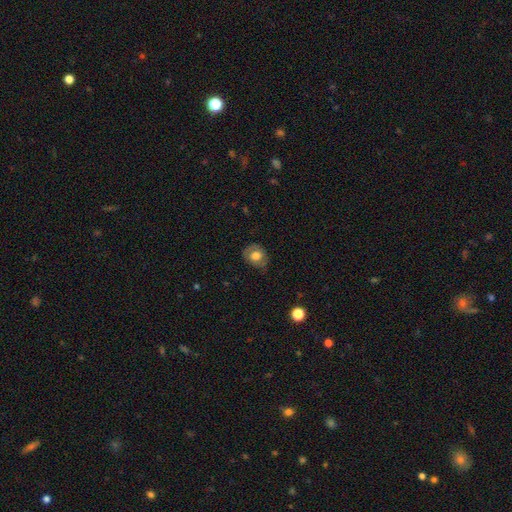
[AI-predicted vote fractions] The model was most divided on "how rounded": round: 51%, in between: 48%, cigar-shaped: 1%. More confident: merging — none (72%); smooth or featured — smooth (58%).